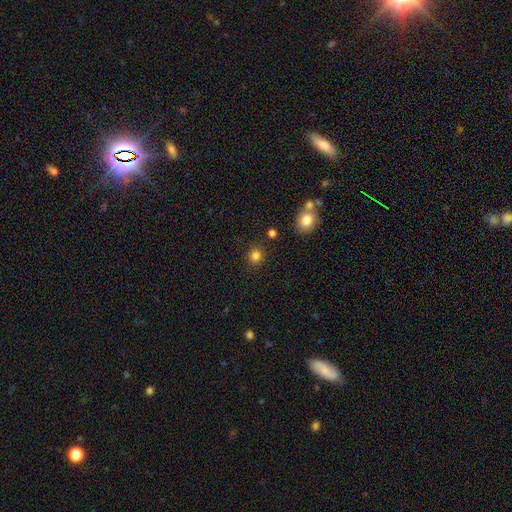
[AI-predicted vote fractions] Q: Smooth or featured?
A: smooth (82%); runner-up: star or artifact (13%)
Q: How rounded?
A: round (85%); runner-up: in between (14%)
Q: Merging?
A: none (86%); runner-up: minor disturbance (8%)